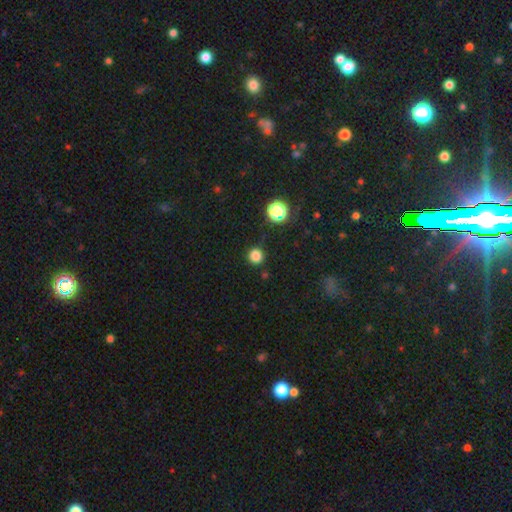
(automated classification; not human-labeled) The model was most divided on "smooth or featured": smooth: 81%, star or artifact: 16%, featured or disk: 3%. More confident: how rounded — round (94%); merging — none (87%).